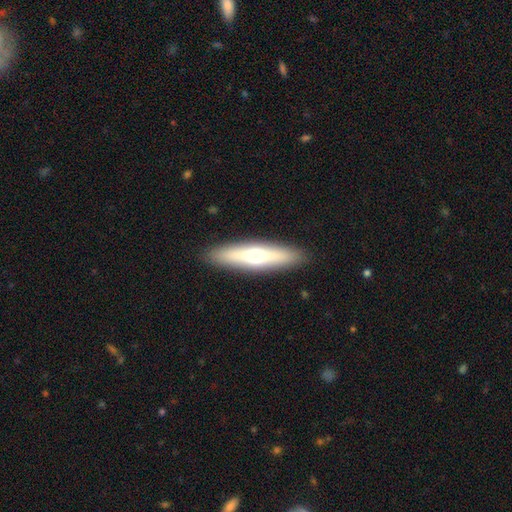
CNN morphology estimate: A smooth galaxy with no disk features (51%) that is cigar-shaped (74%).

Vote fractions:
- Smooth or featured? smooth: 51% / featured or disk: 42% / star or artifact: 6%
- How rounded? cigar-shaped: 74% / in between: 24% / round: 2%
- Merging? none: 90% / minor disturbance: 7% / major disturbance: 2% / merger: 1%